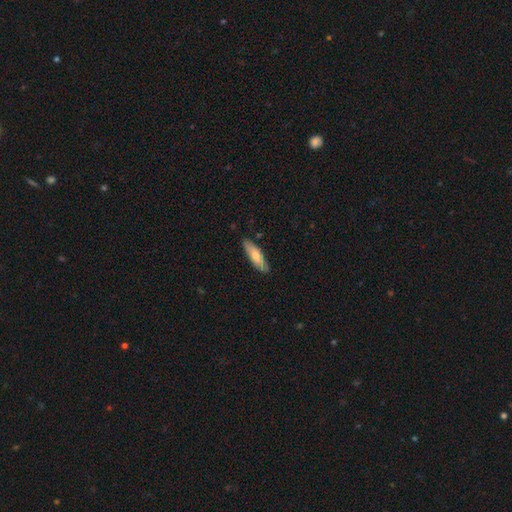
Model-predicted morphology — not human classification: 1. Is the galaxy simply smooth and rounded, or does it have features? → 68% smooth, 27% featured or disk, 5% star or artifact.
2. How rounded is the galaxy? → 56% cigar-shaped, 42% in between, 2% round.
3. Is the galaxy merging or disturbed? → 85% none, 12% minor disturbance, 2% major disturbance, 1% merger.